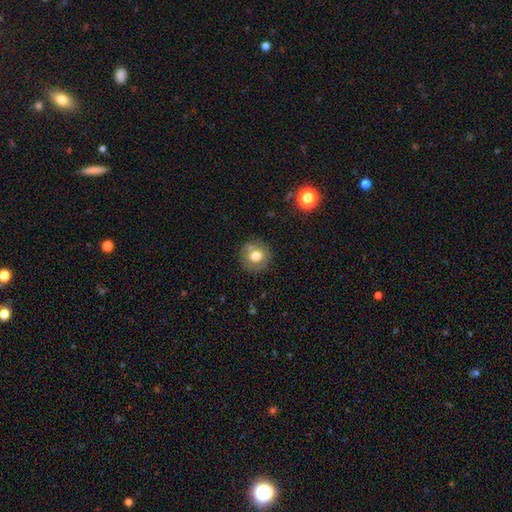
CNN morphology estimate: smooth_or_featured: smooth (p=0.73) [alt: featured or disk p=0.17]
how_rounded: round (p=0.90) [alt: in between p=0.09]
merging: none (p=0.76) [alt: minor disturbance p=0.11]